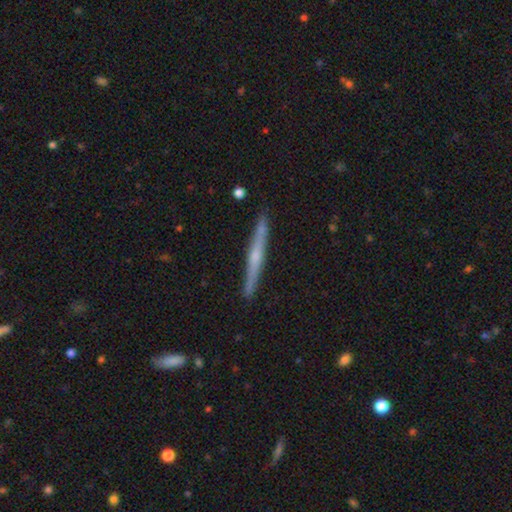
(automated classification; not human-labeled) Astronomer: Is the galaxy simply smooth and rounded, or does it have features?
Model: featured or disk — 67%.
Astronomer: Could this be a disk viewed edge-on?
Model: yes — 98%.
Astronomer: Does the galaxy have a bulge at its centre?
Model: rounded — 61%.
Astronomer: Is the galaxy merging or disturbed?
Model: none — 91%.